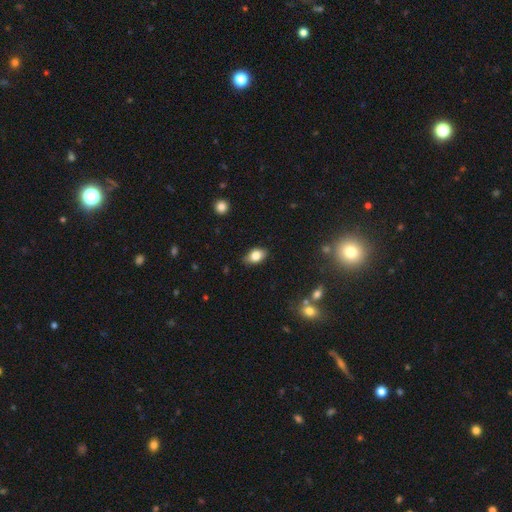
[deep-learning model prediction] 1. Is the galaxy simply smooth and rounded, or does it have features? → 81% smooth, 11% featured or disk, 8% star or artifact.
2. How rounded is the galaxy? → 87% in between, 11% round, 2% cigar-shaped.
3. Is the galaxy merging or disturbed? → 82% none, 14% minor disturbance, 2% major disturbance, 1% merger.